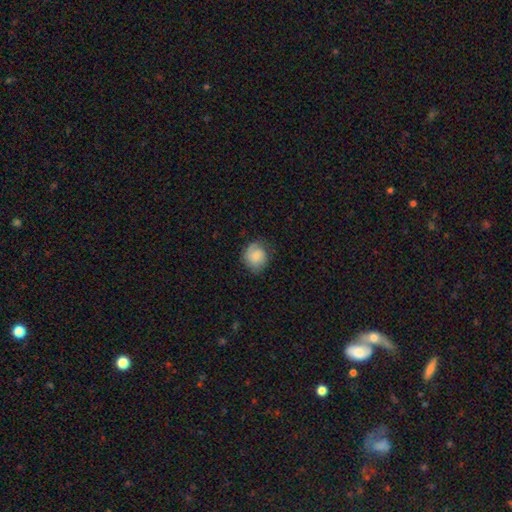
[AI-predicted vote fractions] Smooth or featured?
  - smooth: 70% *
  - featured or disk: 23%
  - star or artifact: 8%
How rounded?
  - round: 74% *
  - in between: 25%
  - cigar-shaped: 1%
Merging?
  - none: 69% *
  - minor disturbance: 22%
  - major disturbance: 7%
  - merger: 1%